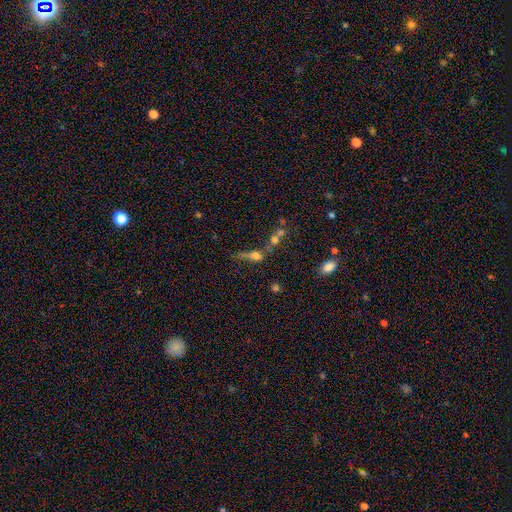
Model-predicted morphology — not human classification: smooth_or_featured: smooth (p=0.53) [alt: featured or disk p=0.27]
how_rounded: in between (p=0.48) [alt: cigar-shaped p=0.29]
merging: merger (p=0.39) [alt: none p=0.27]